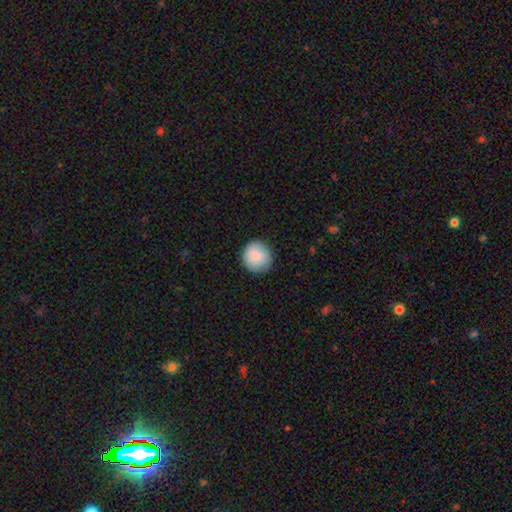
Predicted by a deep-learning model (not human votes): This is clearly a smooth galaxy (88%). How rounded: clearly round (94%). Merging: clearly none (89%).